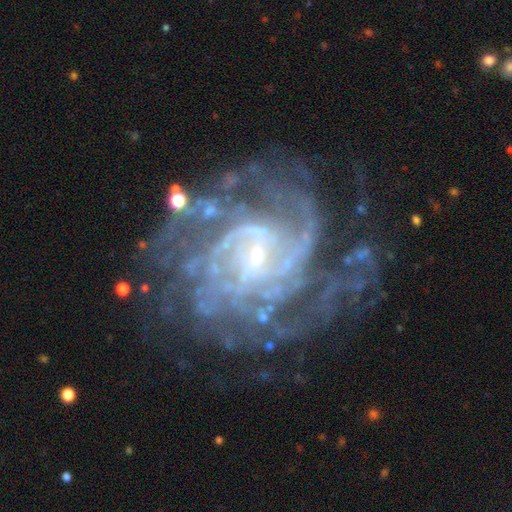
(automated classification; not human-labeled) Morphology: type=featured or disk (90%); edge-on=no (98%); bar=weak (50%); spiral arms=yes (97%); winding=tight (57%); arm count=can't tell (27%); bulge=small (78%); merging=none (66%).